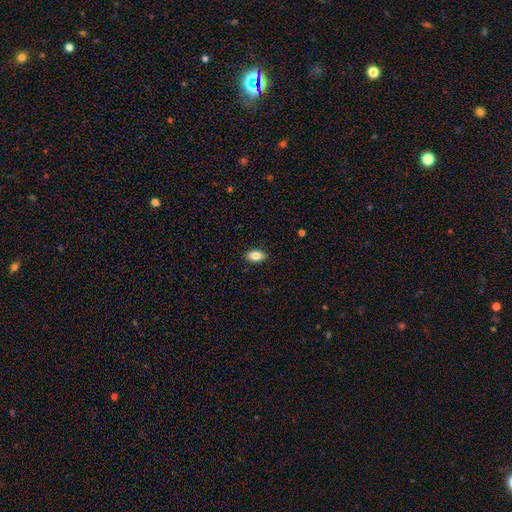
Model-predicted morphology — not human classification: The model was most divided on "smooth or featured": smooth: 83%, featured or disk: 9%, star or artifact: 8%. More confident: how rounded — in between (91%); merging — none (88%).